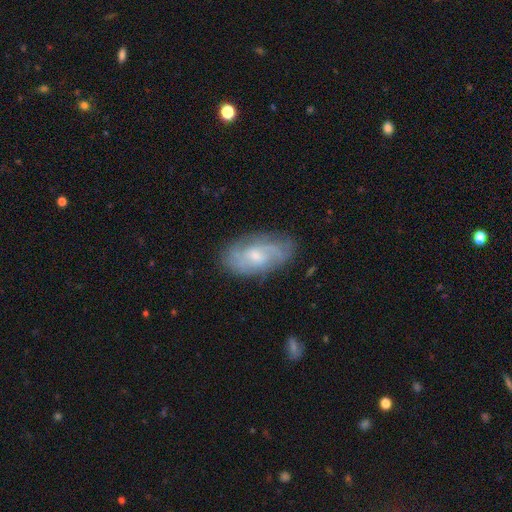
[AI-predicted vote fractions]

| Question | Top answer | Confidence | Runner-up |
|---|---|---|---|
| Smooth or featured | featured or disk | 67% | smooth (27%) |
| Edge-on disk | no | 94% | yes (6%) |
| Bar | no | 55% | weak (40%) |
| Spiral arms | yes | 85% | no (15%) |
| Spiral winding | medium | 42% | tight (40%) |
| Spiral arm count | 2 | 40% | can't tell (38%) |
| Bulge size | small | 53% | moderate (40%) |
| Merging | none | 74% | minor disturbance (19%) |